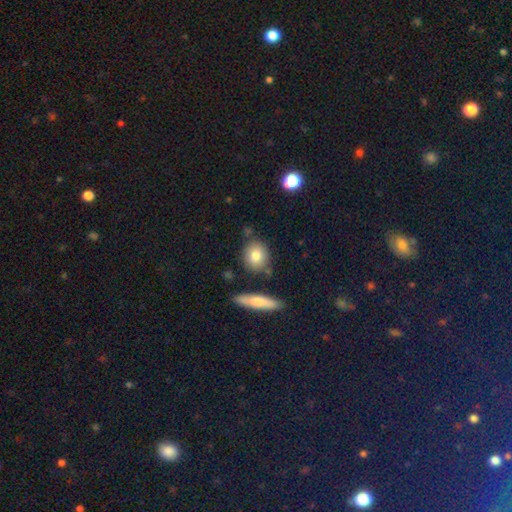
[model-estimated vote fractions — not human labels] Smooth or featured? smooth (80%)
How rounded? round (64%)
Merging? none (77%)